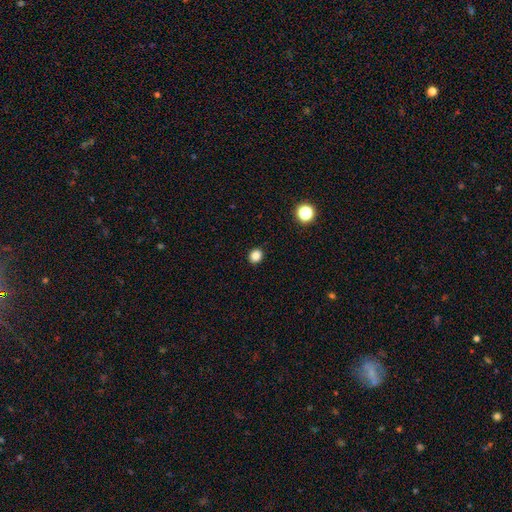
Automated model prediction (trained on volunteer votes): Q: Smooth or featured?
A: smooth (84%); runner-up: star or artifact (12%)
Q: How rounded?
A: round (76%); runner-up: in between (24%)
Q: Merging?
A: none (92%); runner-up: minor disturbance (6%)